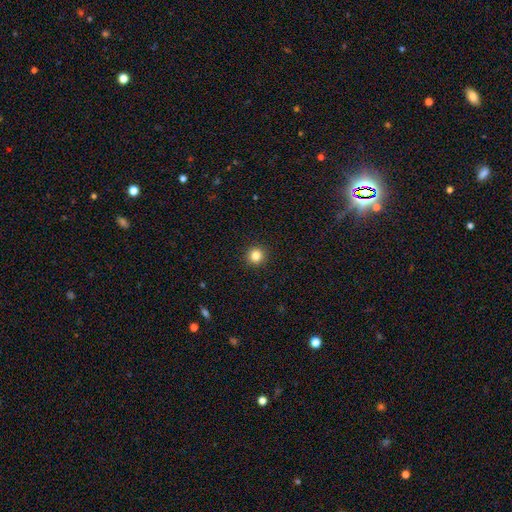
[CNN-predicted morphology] A smooth galaxy with no disk features (83%) that is round (95%).

Vote fractions:
- Smooth or featured? smooth: 83% / star or artifact: 12% / featured or disk: 5%
- How rounded? round: 95% / in between: 4% / cigar-shaped: 1%
- Merging? none: 93% / minor disturbance: 4% / major disturbance: 2% / merger: 1%